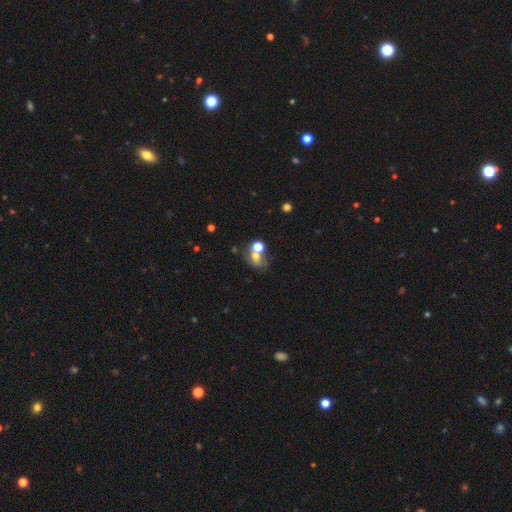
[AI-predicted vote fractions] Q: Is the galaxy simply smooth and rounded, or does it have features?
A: smooth — 58%.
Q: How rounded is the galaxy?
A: round — 51%.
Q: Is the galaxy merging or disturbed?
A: merger — 43%.